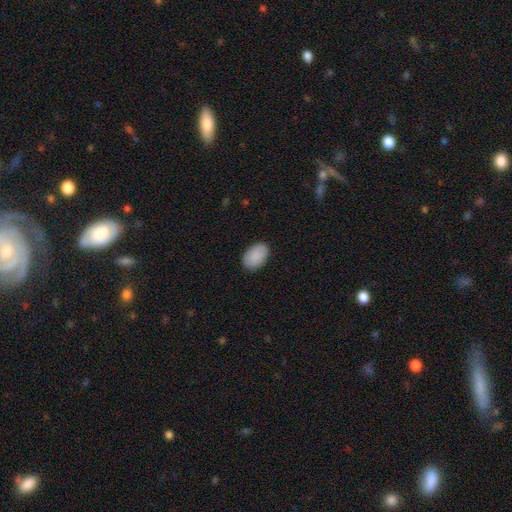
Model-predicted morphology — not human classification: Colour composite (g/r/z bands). It shows a smooth galaxy with no disk features (90%) that is in between round and cigar-shaped (90%). Merging: none (87%).